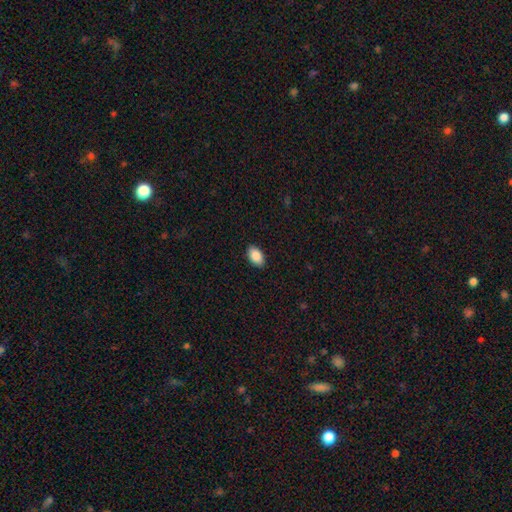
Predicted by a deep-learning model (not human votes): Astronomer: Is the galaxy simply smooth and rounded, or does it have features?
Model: smooth — 89%.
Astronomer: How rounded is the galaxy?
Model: in between — 93%.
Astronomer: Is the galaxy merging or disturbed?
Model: none — 89%.